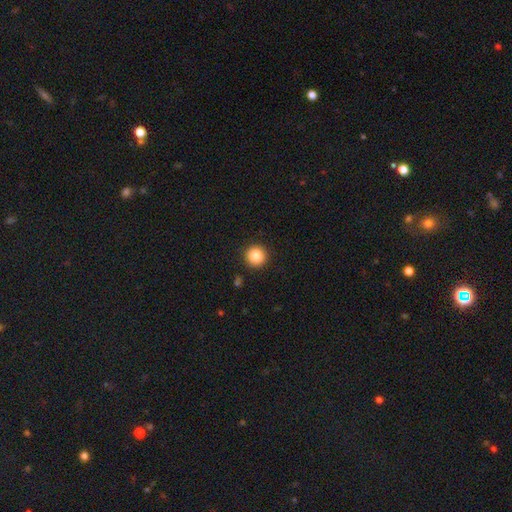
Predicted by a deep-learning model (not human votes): smooth 85%, star or artifact 10%, featured or disk 5%. Down the decision tree: how rounded — round (95%); merging — none (92%).